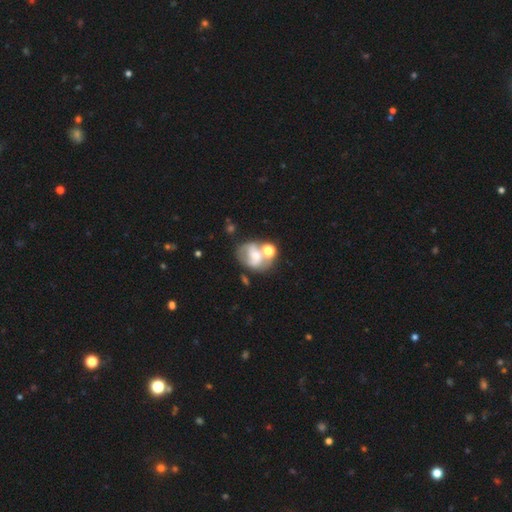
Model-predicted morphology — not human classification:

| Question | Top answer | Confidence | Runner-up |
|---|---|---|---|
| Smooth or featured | featured or disk | 52% | smooth (37%) |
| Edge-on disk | no | 97% | yes (3%) |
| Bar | no | 58% | weak (29%) |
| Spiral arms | yes | 52% | no (48%) |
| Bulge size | moderate | 39% | small (36%) |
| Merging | none | 36% | merger (32%) |